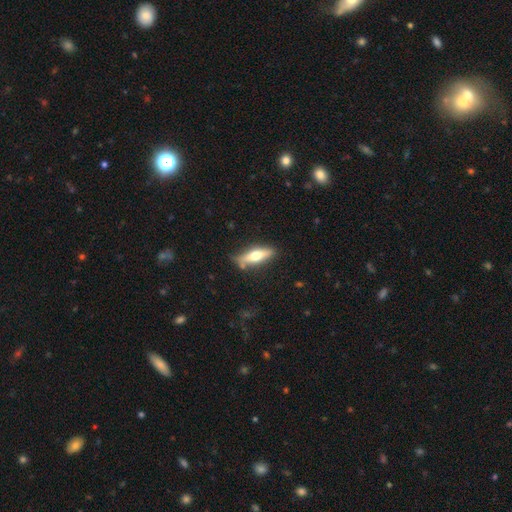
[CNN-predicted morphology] A smooth galaxy with no disk features (51%) that is cigar-shaped (58%).

Vote fractions:
- Smooth or featured? smooth: 51% / featured or disk: 43% / star or artifact: 6%
- How rounded? cigar-shaped: 58% / in between: 40% / round: 2%
- Merging? none: 79% / minor disturbance: 15% / merger: 4% / major disturbance: 3%